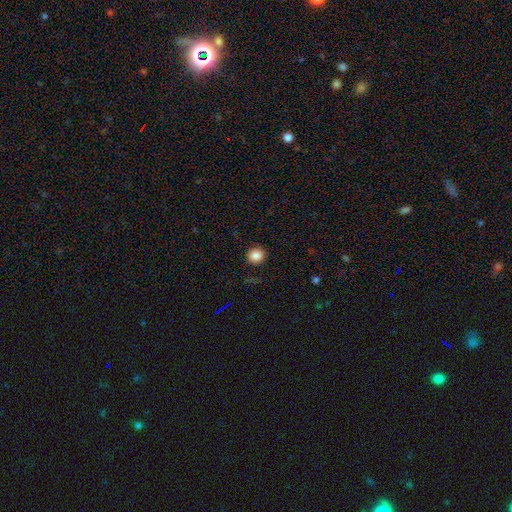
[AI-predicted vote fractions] This appears to be a smooth galaxy with no disk features (86%) that is round (85%). Merging: none (89%).